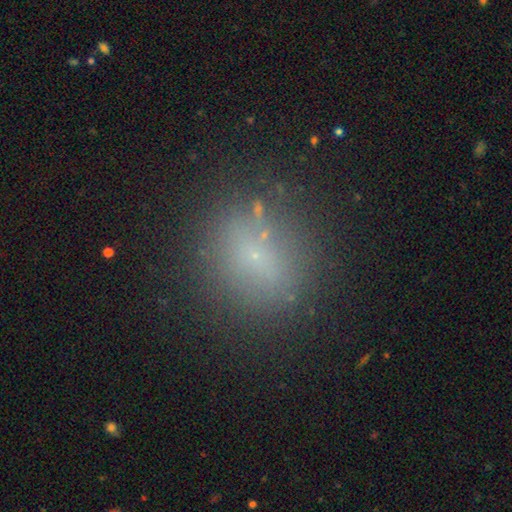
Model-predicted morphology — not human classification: Q: Smooth or featured?
A: smooth (61%); runner-up: star or artifact (21%)
Q: How rounded?
A: round (68%); runner-up: in between (29%)
Q: Merging?
A: none (80%); runner-up: minor disturbance (12%)